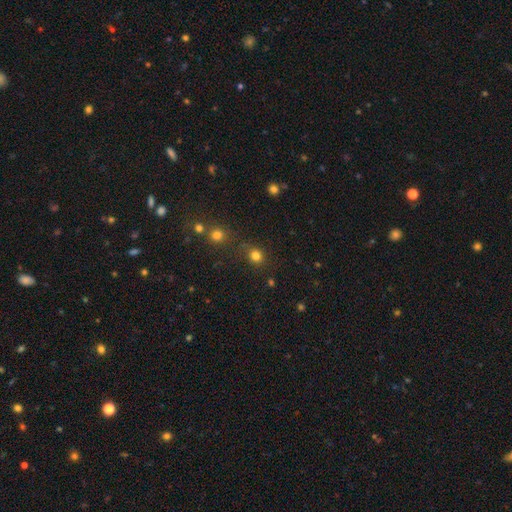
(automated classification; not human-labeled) smooth-or-featured: smooth: 78% | star or artifact: 17% | featured or disk: 5%
  how-rounded: round: 85% | in between: 14% | cigar-shaped: 1%
  merging: none: 78% | minor disturbance: 10% | merger: 7% | major disturbance: 4%